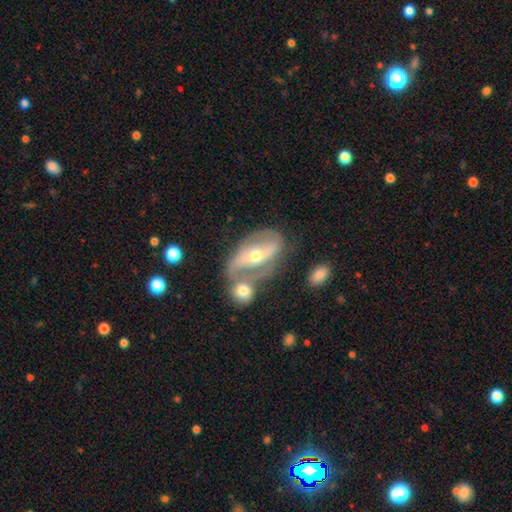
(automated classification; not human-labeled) A featured or disk galaxy (73%) with a strong bar (48%), spiral arms (70%) and a moderate central bulge (67%).

Vote fractions:
- Smooth or featured? featured or disk: 73% / smooth: 21% / star or artifact: 6%
- Edge-on disk? no: 91% / yes: 9%
- Bar? strong: 48% / weak: 29% / no: 23%
- Spiral arms? yes: 70% / no: 30%
- Bulge size? moderate: 67% / small: 27% / large: 4% / none: 1% / dominant: 1%
- Merging? none: 38% / merger: 37% / minor disturbance: 15% / major disturbance: 9%